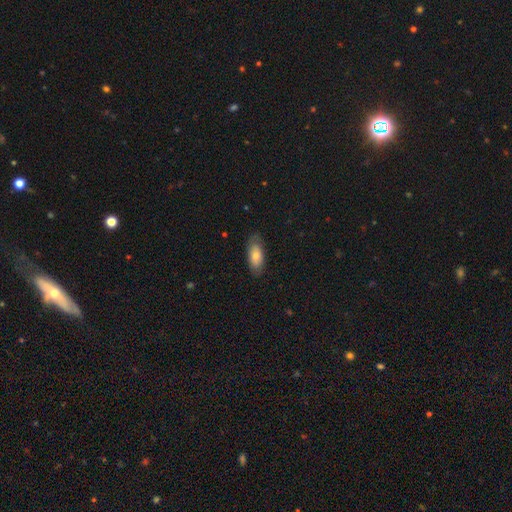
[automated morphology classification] Smooth or featured: smooth — 76% (featured or disk — 18%)
How rounded: in between — 86% (cigar-shaped — 11%)
Merging: none — 79% (minor disturbance — 16%)